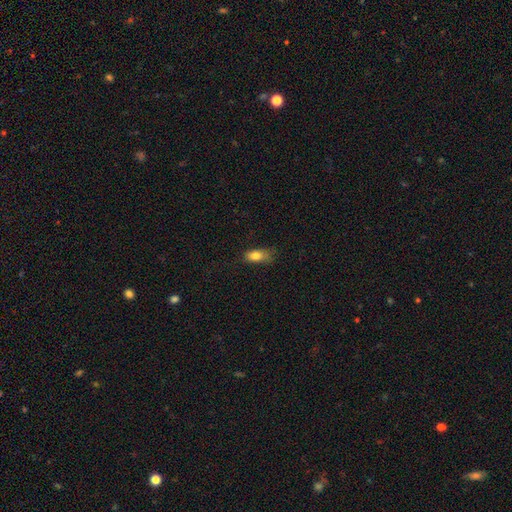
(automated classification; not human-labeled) smooth-or-featured: smooth: 81% | featured or disk: 10% | star or artifact: 9%
  how-rounded: in between: 84% | cigar-shaped: 10% | round: 6%
  merging: none: 57% | minor disturbance: 30% | major disturbance: 11% | merger: 2%